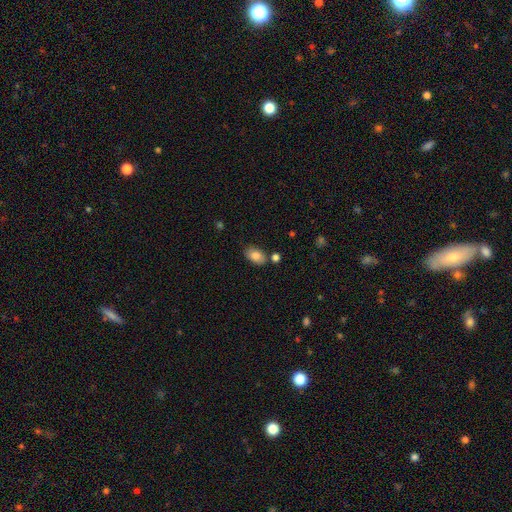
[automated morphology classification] smooth 82%, featured or disk 10%, star or artifact 8%. Down the decision tree: how rounded — in between (89%); merging — none (73%).